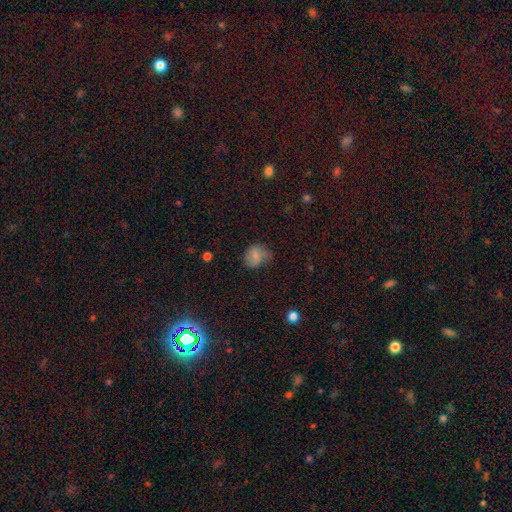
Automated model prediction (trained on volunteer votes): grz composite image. It shows a smooth galaxy with no disk features (60%) that is round (60%). Merging: none (51%).